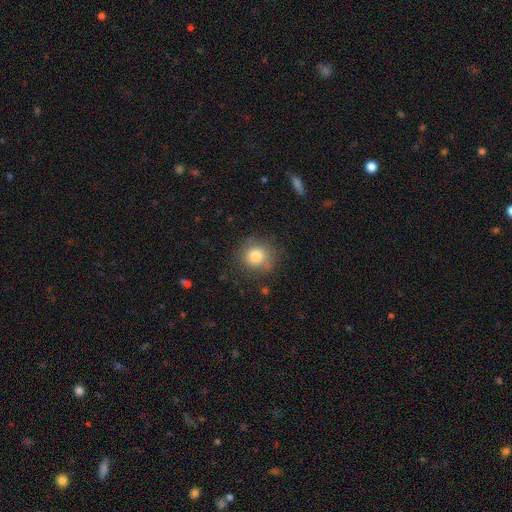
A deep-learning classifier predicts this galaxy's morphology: smooth_or_featured: smooth (p=0.81) [alt: star or artifact p=0.10]
how_rounded: round (p=0.86) [alt: in between p=0.13]
merging: none (p=0.78) [alt: minor disturbance p=0.15]